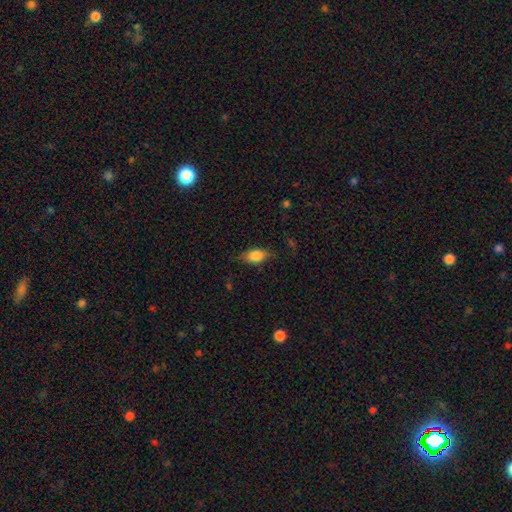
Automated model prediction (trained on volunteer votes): A smooth galaxy with no disk features (77%) that is in between round and cigar-shaped (83%). Merging: none (72%).